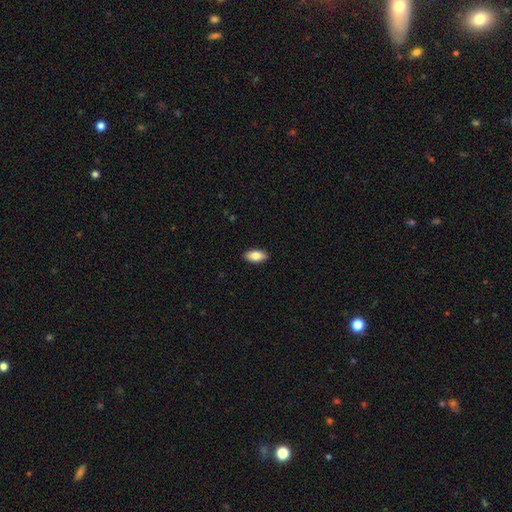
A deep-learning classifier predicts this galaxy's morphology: smooth 83%, featured or disk 10%, star or artifact 6%. Down the decision tree: how rounded — in between (90%); merging — none (90%).